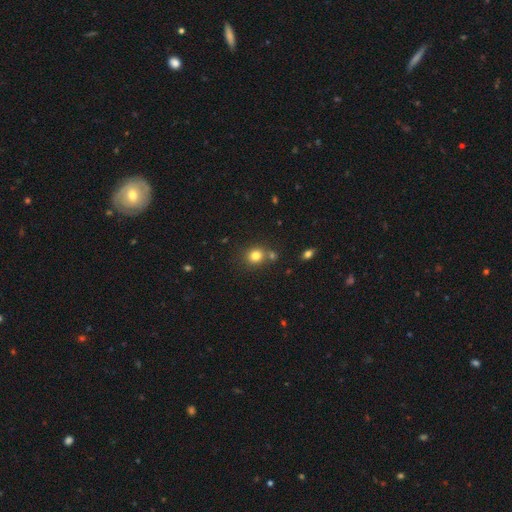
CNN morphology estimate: Overall: smooth (80%). How rounded: round (79%). Merging: none (66%).